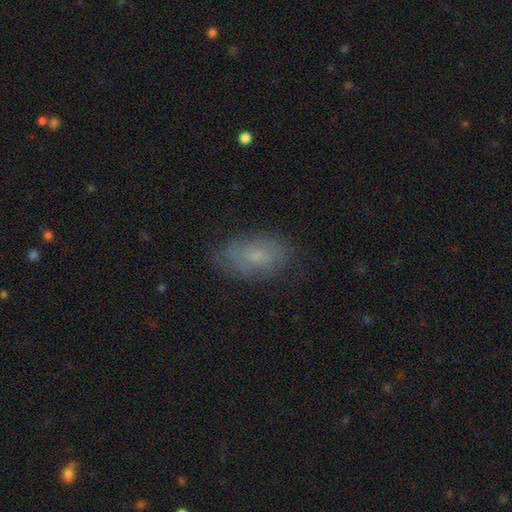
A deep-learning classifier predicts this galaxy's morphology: Smooth or featured?
  - smooth: 47% *
  - featured or disk: 42%
  - star or artifact: 10%
Merging?
  - none: 74% *
  - minor disturbance: 19%
  - major disturbance: 6%
  - merger: 1%